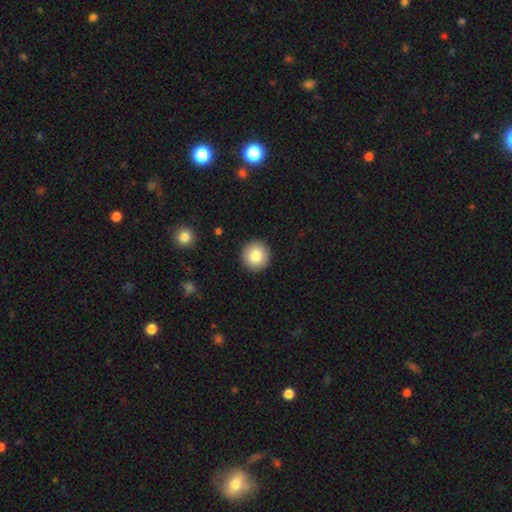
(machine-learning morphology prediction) Q: Smooth or featured?
A: smooth (83%); runner-up: star or artifact (9%)
Q: How rounded?
A: round (95%); runner-up: in between (4%)
Q: Merging?
A: none (93%); runner-up: minor disturbance (5%)